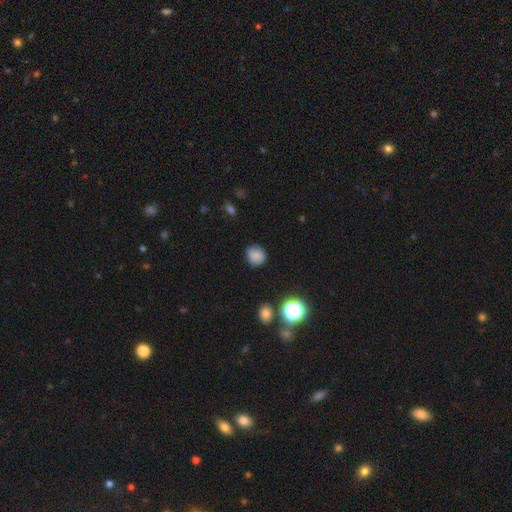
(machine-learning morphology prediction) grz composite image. It shows a smooth galaxy with no disk features (82%) that is round (80%). Merging: none (83%).